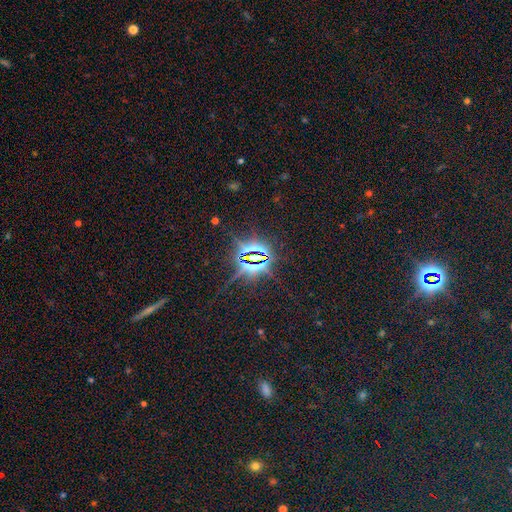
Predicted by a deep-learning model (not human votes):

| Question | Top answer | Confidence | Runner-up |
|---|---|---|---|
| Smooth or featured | star or artifact | 82% | smooth (10%) |